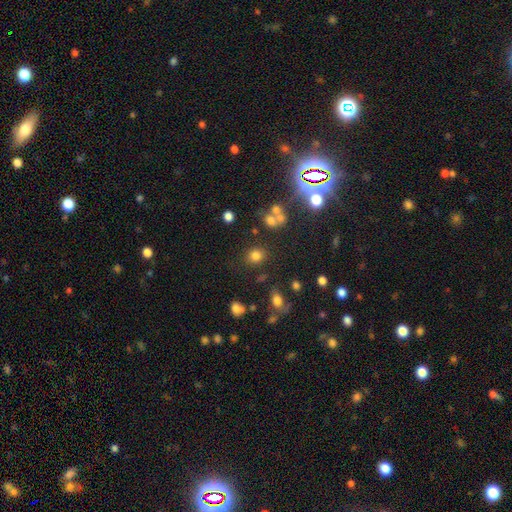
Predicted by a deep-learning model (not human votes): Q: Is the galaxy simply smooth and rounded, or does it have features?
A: smooth — 77%.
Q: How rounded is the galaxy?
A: round — 77%.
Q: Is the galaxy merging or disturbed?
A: none — 78%.